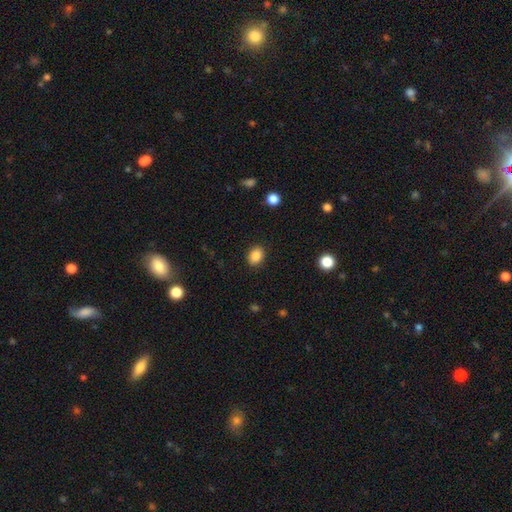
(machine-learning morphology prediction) smooth 87%, star or artifact 9%, featured or disk 4%. Down the decision tree: how rounded — in between (58%); merging — none (89%).